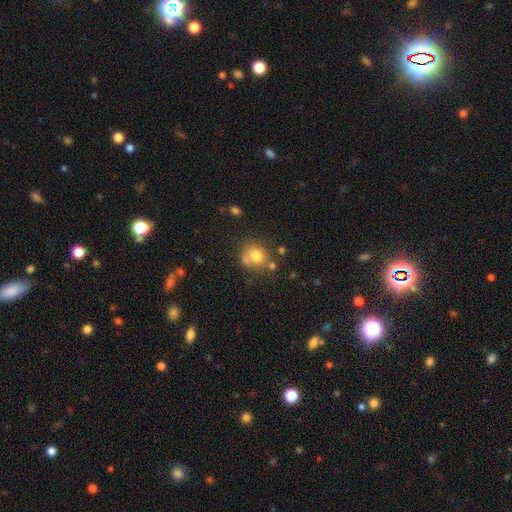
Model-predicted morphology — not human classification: smooth-or-featured: smooth: 75% | featured or disk: 14% | star or artifact: 11%
  how-rounded: round: 78% | in between: 21% | cigar-shaped: 1%
  merging: none: 54% | minor disturbance: 19% | merger: 18% | major disturbance: 9%